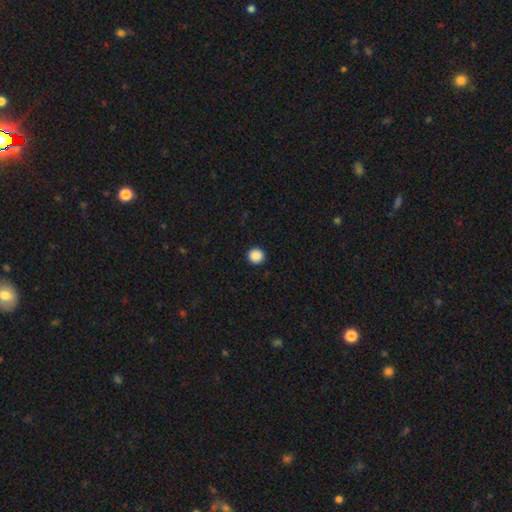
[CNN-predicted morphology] Smooth or featured? Predicted: smooth (p=0.89). How rounded? Predicted: round (p=0.95). Merging? Predicted: none (p=0.93).